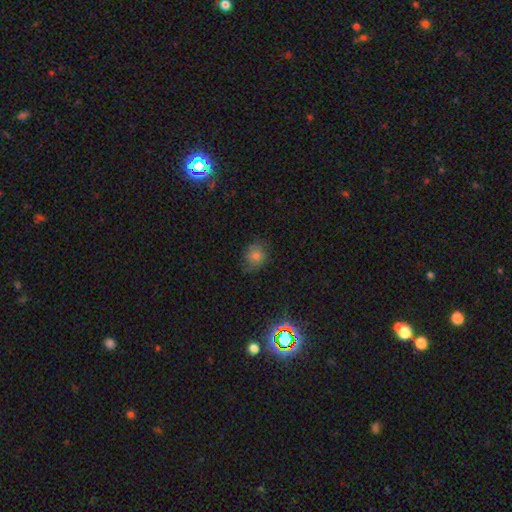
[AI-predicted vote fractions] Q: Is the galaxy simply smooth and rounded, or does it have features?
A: smooth — 67%.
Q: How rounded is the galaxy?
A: round — 66%.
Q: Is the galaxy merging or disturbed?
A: none — 72%.